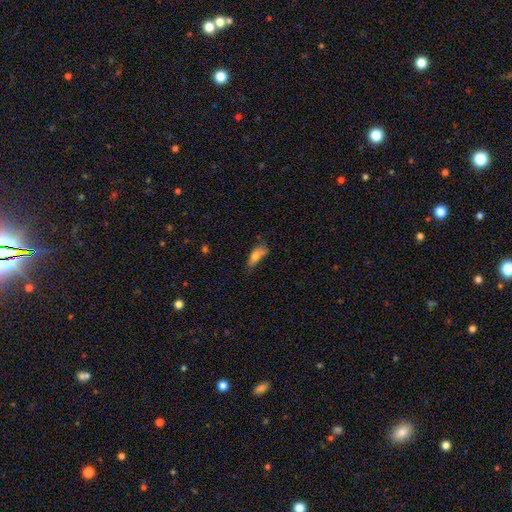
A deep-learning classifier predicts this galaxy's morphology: Smooth or featured? Predicted: smooth (p=0.75). How rounded? Predicted: in between (p=0.74). Merging? Predicted: none (p=0.44).